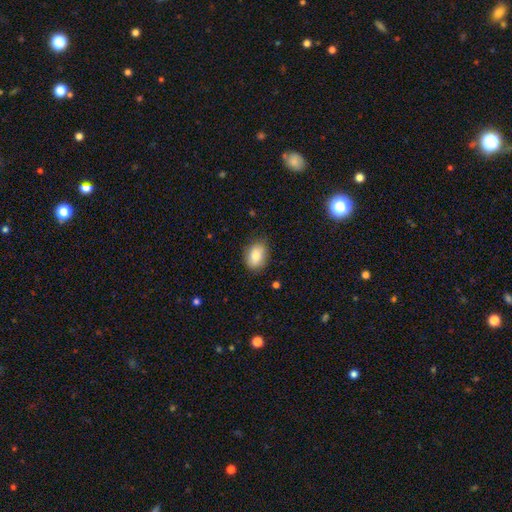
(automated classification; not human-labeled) Smooth or featured?
  - smooth: 84% *
  - featured or disk: 9%
  - star or artifact: 8%
How rounded?
  - in between: 77% *
  - round: 21%
  - cigar-shaped: 1%
Merging?
  - none: 80% *
  - minor disturbance: 16%
  - major disturbance: 3%
  - merger: 1%